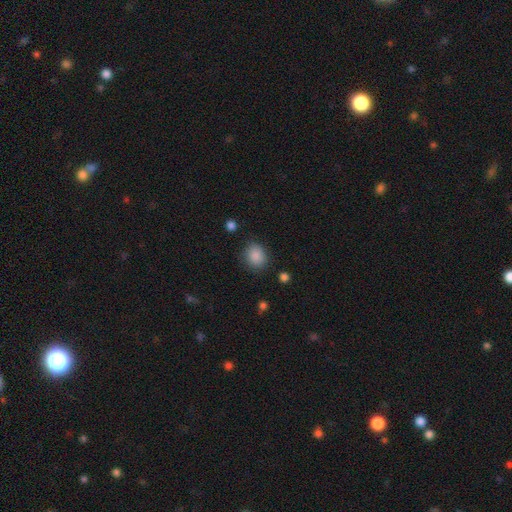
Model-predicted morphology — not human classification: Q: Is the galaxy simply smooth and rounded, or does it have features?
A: smooth — 87%.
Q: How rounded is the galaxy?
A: round — 58%.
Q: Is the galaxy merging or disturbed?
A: none — 83%.